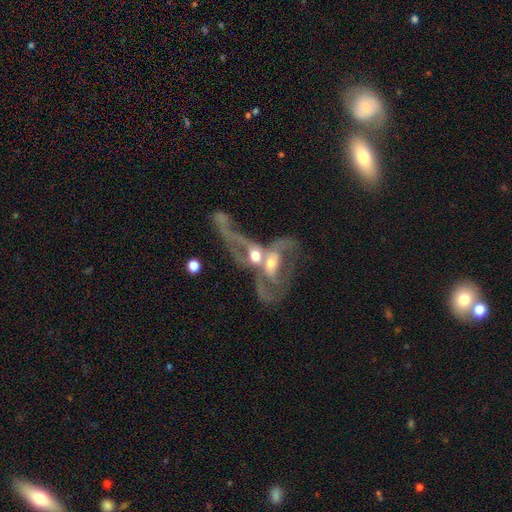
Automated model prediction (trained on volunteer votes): Smooth or featured? featured or disk (68%)
Edge-on disk? no (89%)
Bar? no (68%)
Spiral arms? no (51%)
Bulge size? moderate (61%)
Merging? merger (75%)